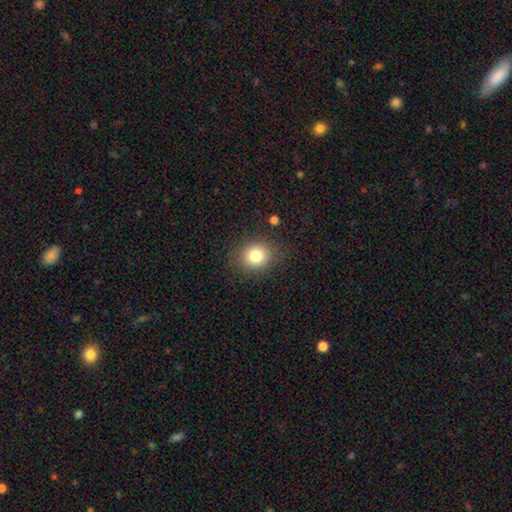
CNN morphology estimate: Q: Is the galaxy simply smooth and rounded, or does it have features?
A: smooth — 80%.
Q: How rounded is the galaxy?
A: round — 72%.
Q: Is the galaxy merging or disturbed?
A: none — 85%.